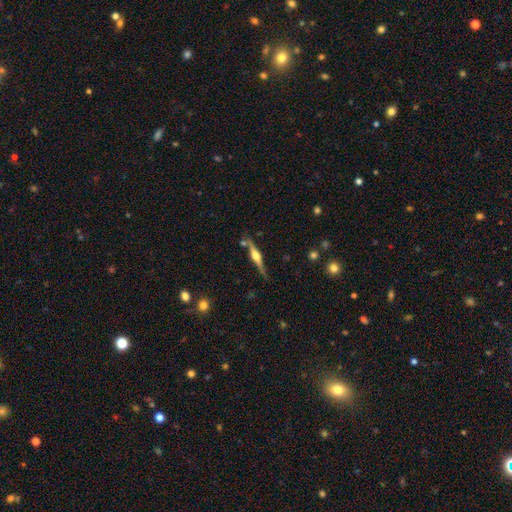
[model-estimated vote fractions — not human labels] Smooth or featured?
  - featured or disk: 78% *
  - smooth: 16%
  - star or artifact: 6%
Edge-on disk?
  - yes: 98% *
  - no: 2%
Edge-on bulge?
  - rounded: 89% *
  - boxy: 9%
  - none: 3%
Merging?
  - none: 79% *
  - minor disturbance: 12%
  - merger: 6%
  - major disturbance: 3%